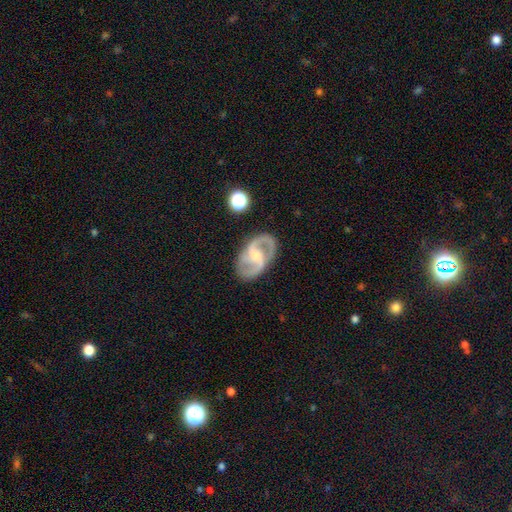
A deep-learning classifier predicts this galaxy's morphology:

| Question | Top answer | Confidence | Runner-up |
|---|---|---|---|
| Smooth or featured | featured or disk | 89% | smooth (6%) |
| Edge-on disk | no | 97% | yes (3%) |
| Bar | weak | 46% | strong (33%) |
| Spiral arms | yes | 96% | no (4%) |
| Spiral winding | medium | 57% | loose (25%) |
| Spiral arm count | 2 | 91% | can't tell (3%) |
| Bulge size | small | 52% | moderate (41%) |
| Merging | none | 82% | minor disturbance (12%) |